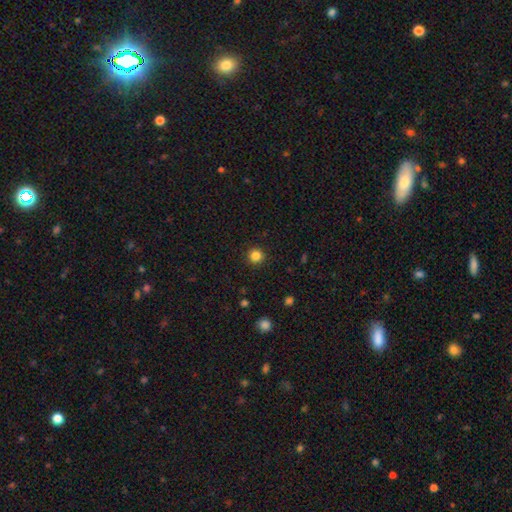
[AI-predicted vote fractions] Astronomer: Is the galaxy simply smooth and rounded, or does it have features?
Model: smooth — 84%.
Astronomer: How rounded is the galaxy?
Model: round — 95%.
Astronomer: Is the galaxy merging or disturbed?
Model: none — 92%.